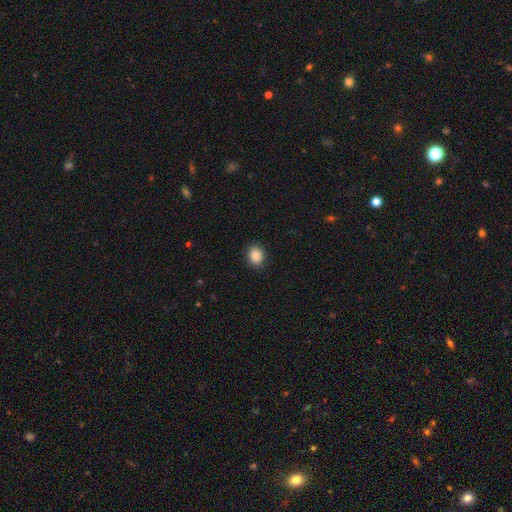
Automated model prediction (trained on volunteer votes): Smooth or featured: smooth — 88% (star or artifact — 9%)
How rounded: round — 56% (in between — 43%)
Merging: none — 90% (minor disturbance — 7%)